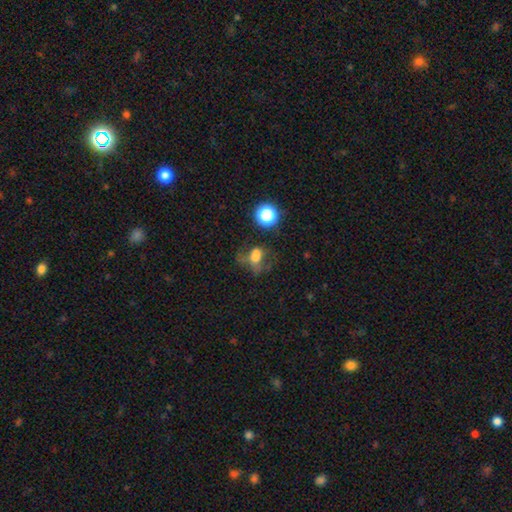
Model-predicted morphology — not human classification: smooth 51%, featured or disk 27%, star or artifact 22%. Down the decision tree: how rounded — in between (57%); merging — major disturbance (38%).